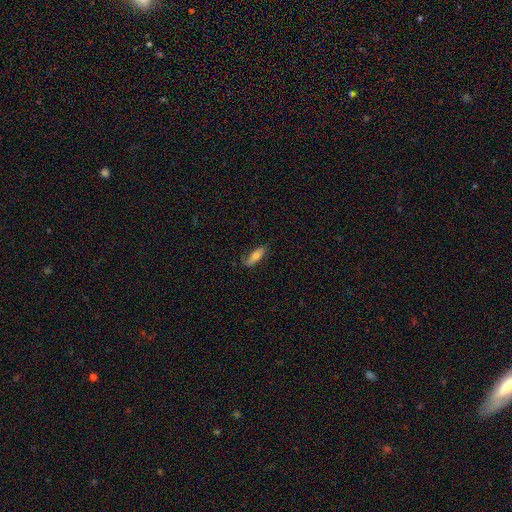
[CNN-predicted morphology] smooth-or-featured: smooth: 68% | featured or disk: 26% | star or artifact: 6%
  how-rounded: in between: 50% | cigar-shaped: 47% | round: 2%
  merging: none: 76% | minor disturbance: 19% | major disturbance: 4% | merger: 1%